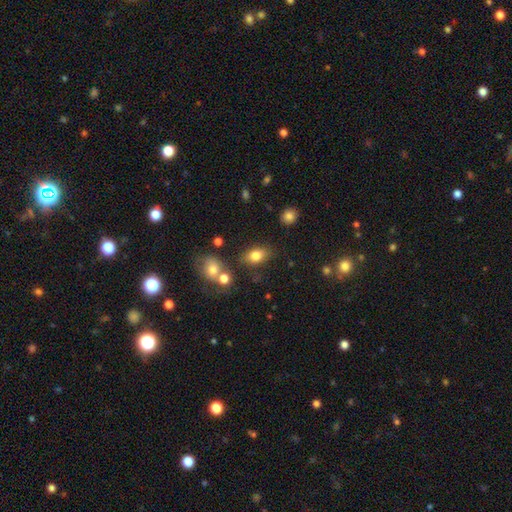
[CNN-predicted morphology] Q: Smooth or featured?
A: smooth (79%); runner-up: star or artifact (11%)
Q: How rounded?
A: in between (83%); runner-up: round (14%)
Q: Merging?
A: none (75%); runner-up: minor disturbance (13%)